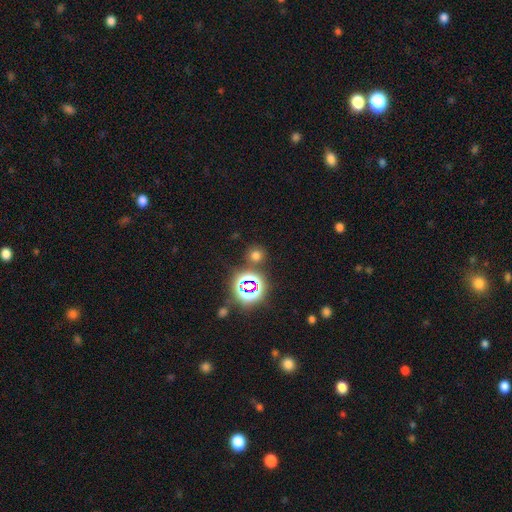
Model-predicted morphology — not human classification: Smooth or featured: smooth — 60% (star or artifact — 33%)
How rounded: round — 88% (in between — 10%)
Merging: none — 82% (minor disturbance — 8%)